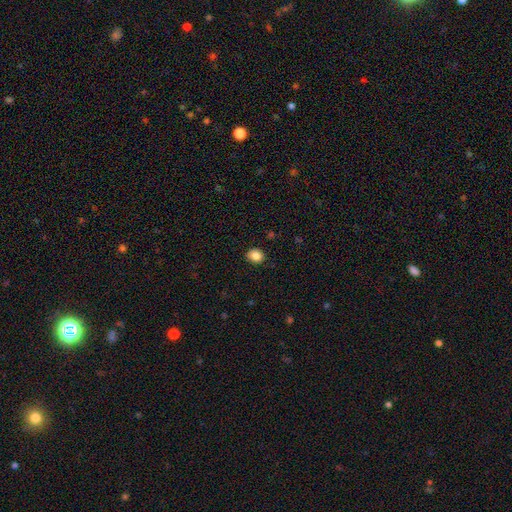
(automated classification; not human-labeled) smooth-or-featured: smooth: 86% | star or artifact: 10% | featured or disk: 4%
  how-rounded: round: 54% | in between: 45% | cigar-shaped: 1%
  merging: none: 87% | minor disturbance: 10% | major disturbance: 2% | merger: 1%